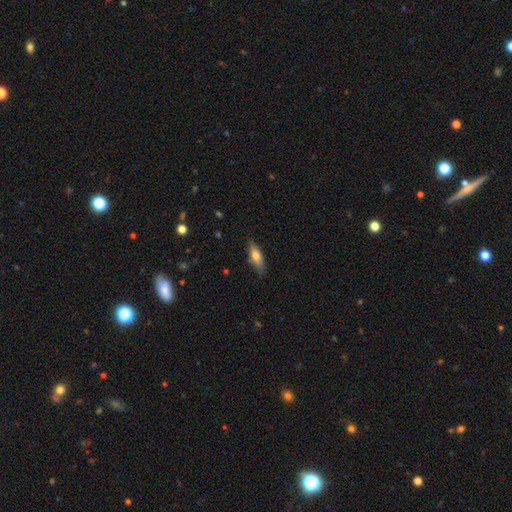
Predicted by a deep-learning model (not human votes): Smooth or featured? smooth (65%)
How rounded? cigar-shaped (50%)
Merging? none (82%)